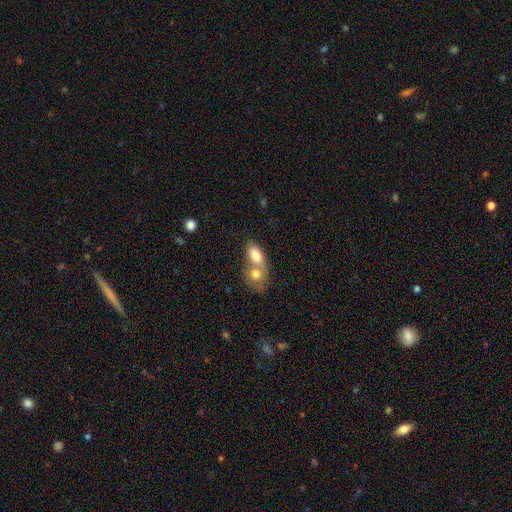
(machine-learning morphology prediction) A smooth galaxy with no disk features (79%) that is in between round and cigar-shaped (81%).

Vote fractions:
- Smooth or featured? smooth: 79% / featured or disk: 14% / star or artifact: 7%
- How rounded? in between: 81% / round: 14% / cigar-shaped: 5%
- Merging? merger: 66% / none: 24% / minor disturbance: 7% / major disturbance: 3%